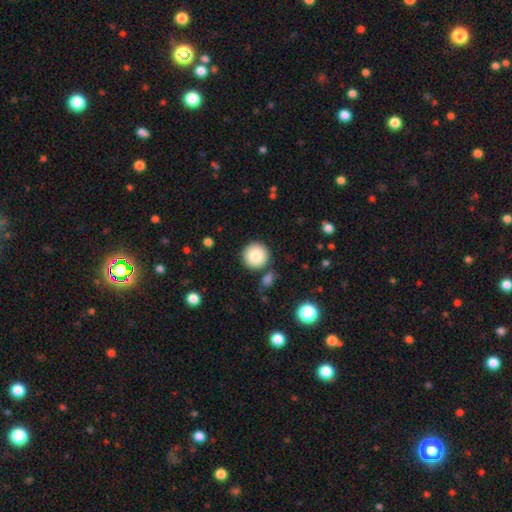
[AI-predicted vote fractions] smooth_or_featured: smooth (p=0.84) [alt: star or artifact p=0.08]
how_rounded: round (p=0.95) [alt: in between p=0.04]
merging: none (p=0.84) [alt: minor disturbance p=0.08]